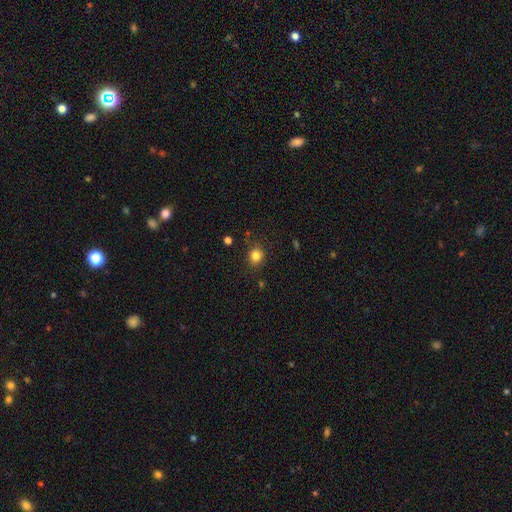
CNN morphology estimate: The model was most divided on "how rounded": round: 75%, in between: 24%, cigar-shaped: 1%. More confident: merging — none (84%); smooth or featured — smooth (82%).